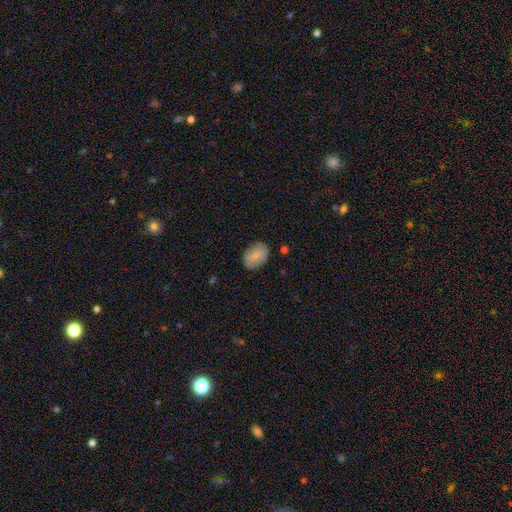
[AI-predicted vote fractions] Smooth or featured? smooth (79%)
How rounded? in between (82%)
Merging? none (79%)